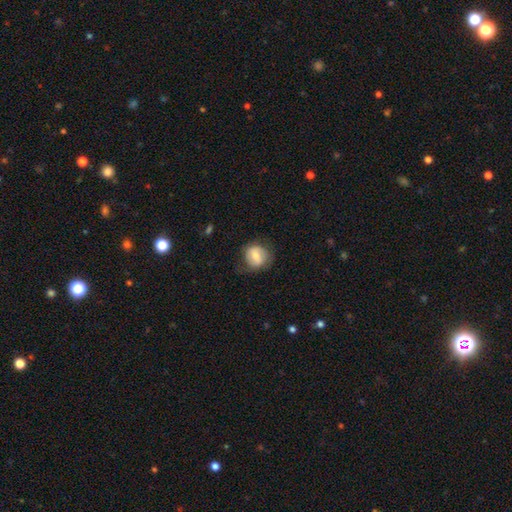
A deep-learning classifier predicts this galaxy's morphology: Smooth or featured?
  - smooth: 61% *
  - featured or disk: 32%
  - star or artifact: 7%
How rounded?
  - round: 72% *
  - in between: 27%
  - cigar-shaped: 1%
Merging?
  - none: 68% *
  - minor disturbance: 22%
  - major disturbance: 9%
  - merger: 1%